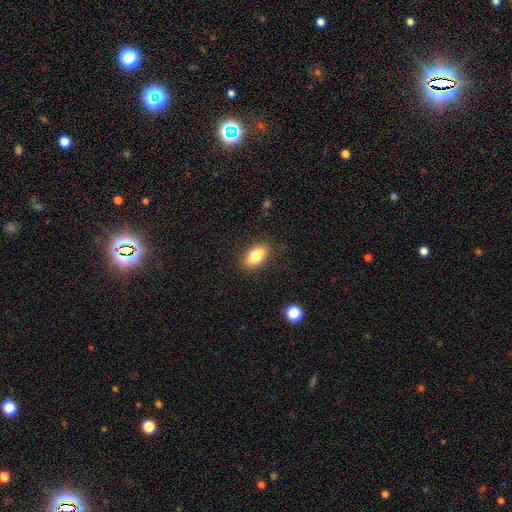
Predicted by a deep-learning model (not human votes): smooth_or_featured: smooth (p=0.83) [alt: featured or disk p=0.10]
how_rounded: in between (p=0.91) [alt: round p=0.05]
merging: none (p=0.87) [alt: minor disturbance p=0.10]